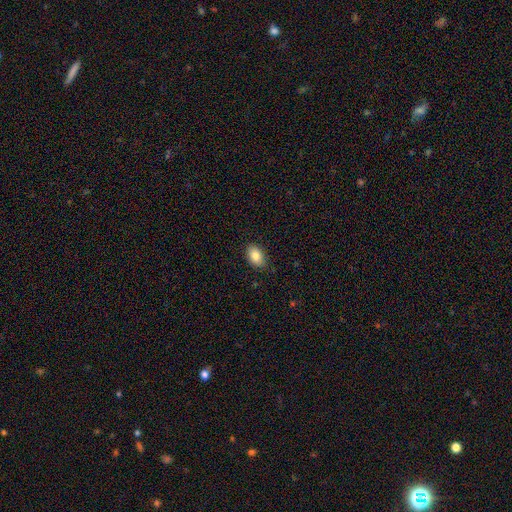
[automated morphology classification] A smooth galaxy with no disk features (85%) that is in between round and cigar-shaped (89%).

Vote fractions:
- Smooth or featured? smooth: 85% / featured or disk: 8% / star or artifact: 8%
- How rounded? in between: 89% / round: 9% / cigar-shaped: 1%
- Merging? none: 85% / minor disturbance: 12% / major disturbance: 2% / merger: 1%